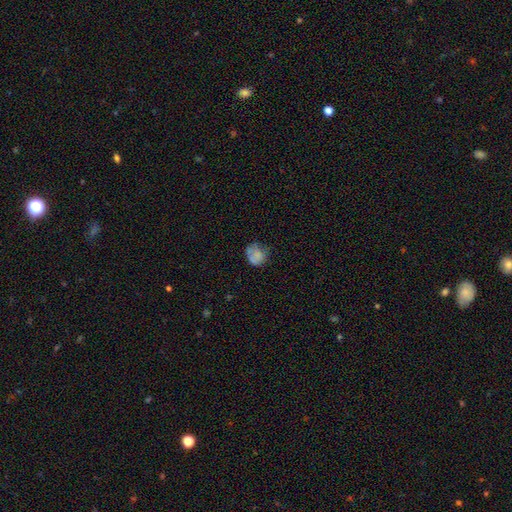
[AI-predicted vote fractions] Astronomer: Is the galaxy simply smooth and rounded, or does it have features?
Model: smooth — 67%.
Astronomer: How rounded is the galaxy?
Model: round — 67%.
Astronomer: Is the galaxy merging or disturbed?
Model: none — 50% (runner-up: minor disturbance, 28%).